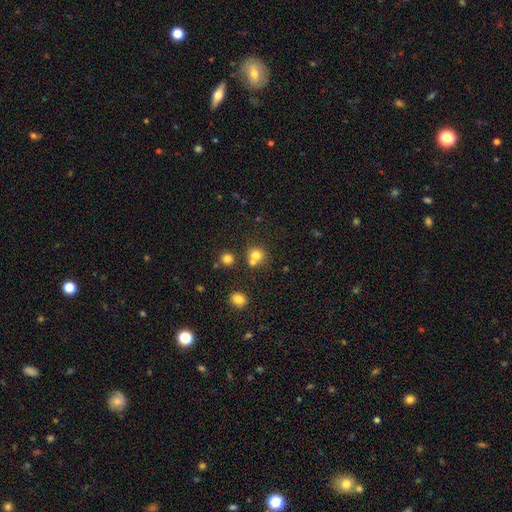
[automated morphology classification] Overall: smooth (74%). How rounded: round (85%). Merging: none (52%; merger 36%).